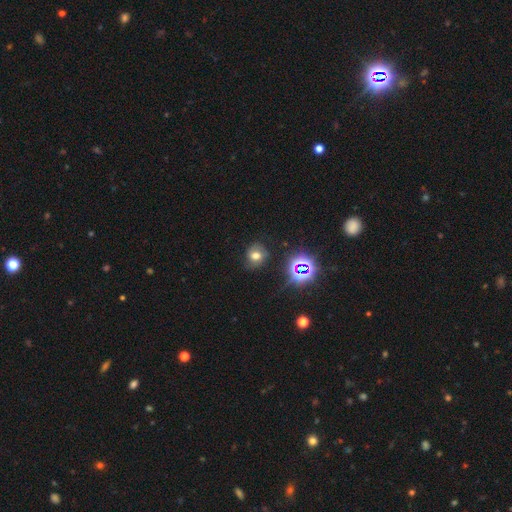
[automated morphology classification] smooth 55%, star or artifact 23%, featured or disk 21%. Down the decision tree: how rounded — round (64%); merging — none (71%).